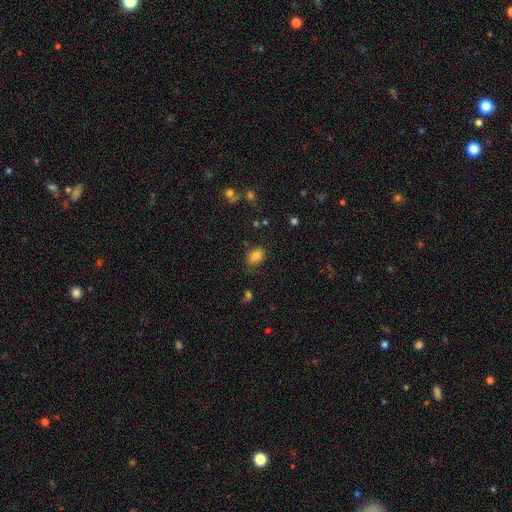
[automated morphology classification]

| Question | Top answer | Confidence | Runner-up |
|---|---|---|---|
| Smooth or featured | smooth | 84% | star or artifact (10%) |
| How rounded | in between | 77% | round (22%) |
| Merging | none | 72% | minor disturbance (20%) |